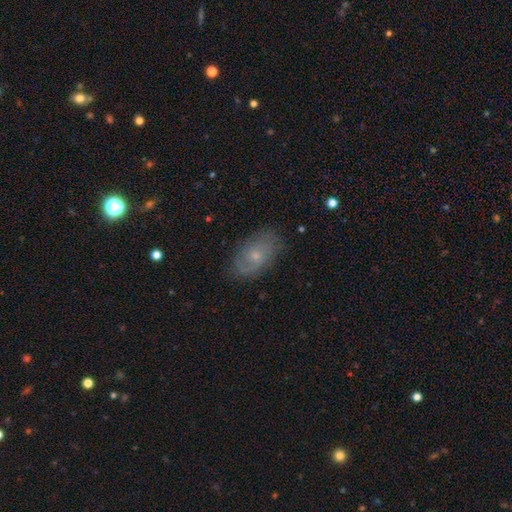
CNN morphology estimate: Q: Smooth or featured?
A: featured or disk (55%); runner-up: smooth (35%)
Q: Edge-on disk?
A: no (94%); runner-up: yes (6%)
Q: Bar?
A: no (78%); runner-up: weak (19%)
Q: Spiral arms?
A: yes (78%); runner-up: no (22%)
Q: Bulge size?
A: small (70%); runner-up: moderate (25%)
Q: Merging?
A: none (78%); runner-up: minor disturbance (16%)